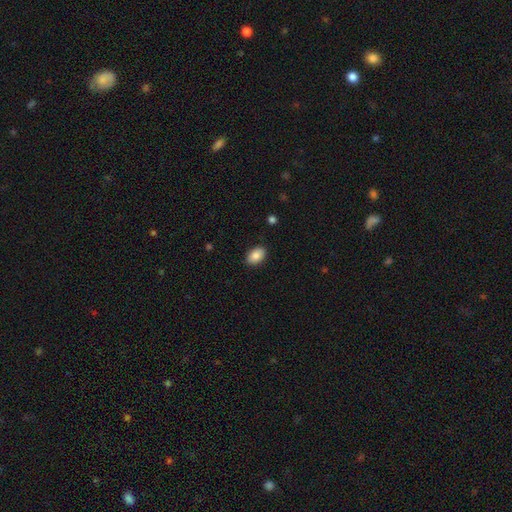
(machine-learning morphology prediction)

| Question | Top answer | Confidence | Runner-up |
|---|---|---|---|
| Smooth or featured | smooth | 87% | star or artifact (7%) |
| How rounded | in between | 88% | round (11%) |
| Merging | none | 88% | minor disturbance (9%) |